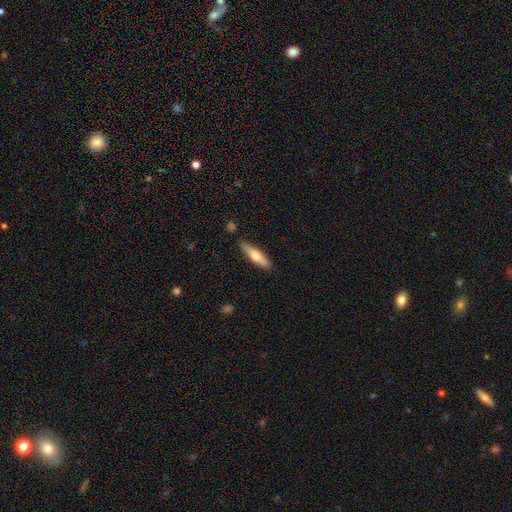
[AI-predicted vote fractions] This is likely a smooth galaxy (64%). How rounded: likely cigar-shaped (72%). Merging: clearly none (85%).